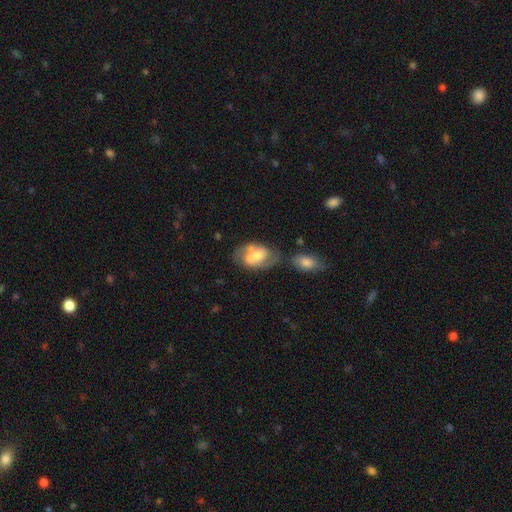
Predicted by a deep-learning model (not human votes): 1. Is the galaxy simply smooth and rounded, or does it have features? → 57% featured or disk, 37% smooth, 7% star or artifact.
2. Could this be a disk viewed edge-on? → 96% no, 4% yes.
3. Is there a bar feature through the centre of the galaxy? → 58% no, 32% weak, 10% strong.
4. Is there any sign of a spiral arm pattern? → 68% yes, 32% no.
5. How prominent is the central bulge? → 49% moderate, 33% small, 10% large, 6% none, 2% dominant.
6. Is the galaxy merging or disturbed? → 36% none, 35% merger, 19% minor disturbance, 10% major disturbance.